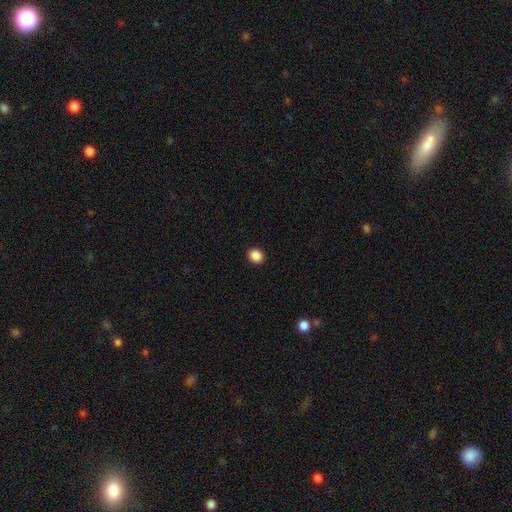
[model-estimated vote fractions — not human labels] smooth-or-featured: smooth: 88% | star or artifact: 9% | featured or disk: 2%
  how-rounded: round: 77% | in between: 22% | cigar-shaped: 1%
  merging: none: 93% | minor disturbance: 5% | major disturbance: 2% | merger: 1%